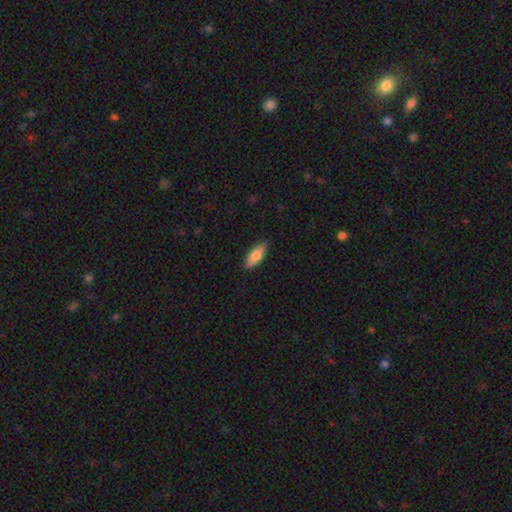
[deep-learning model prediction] This is likely a smooth galaxy (80%). How rounded: likely in between (70%). Merging: clearly none (87%).